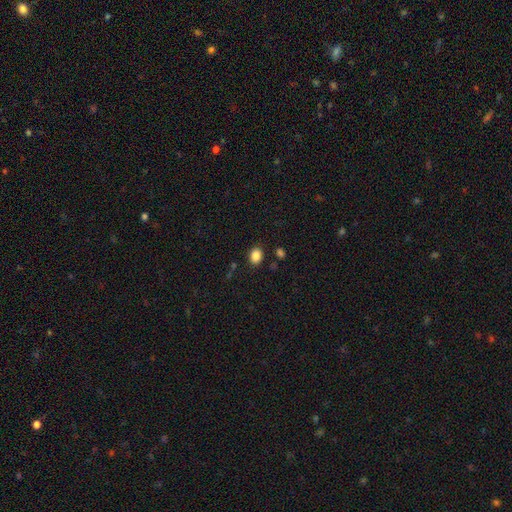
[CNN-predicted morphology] The model was most divided on "how rounded": in between: 65%, round: 34%, cigar-shaped: 1%. More confident: smooth or featured — smooth (86%); merging — none (85%).